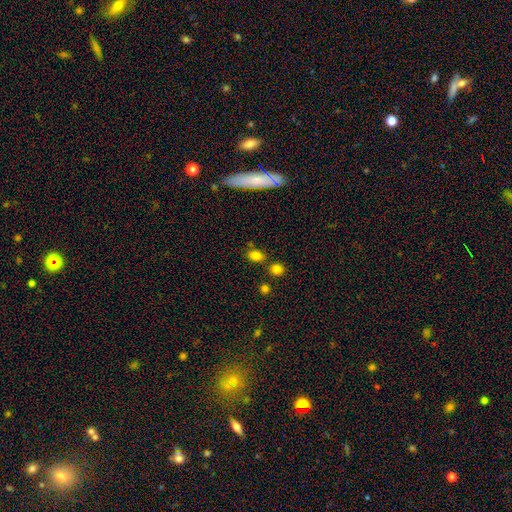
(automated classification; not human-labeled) Morphology: type=smooth (79%); roundness=in between (69%); merging=none (72%).